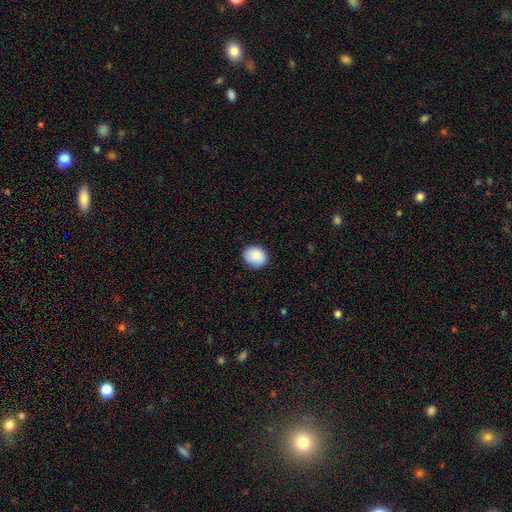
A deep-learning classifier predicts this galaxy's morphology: A smooth galaxy with no disk features (88%) that is round (64%).

Vote fractions:
- Smooth or featured? smooth: 88% / star or artifact: 7% / featured or disk: 4%
- How rounded? round: 64% / in between: 35% / cigar-shaped: 1%
- Merging? none: 84% / minor disturbance: 13% / major disturbance: 2% / merger: 1%